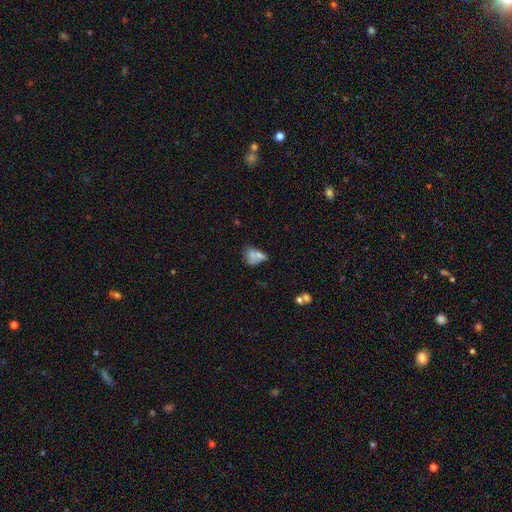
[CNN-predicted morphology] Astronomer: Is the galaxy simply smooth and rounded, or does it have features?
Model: smooth — 64%.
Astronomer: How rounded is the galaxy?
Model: in between — 65%.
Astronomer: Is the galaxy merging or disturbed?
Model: merger — 51%.